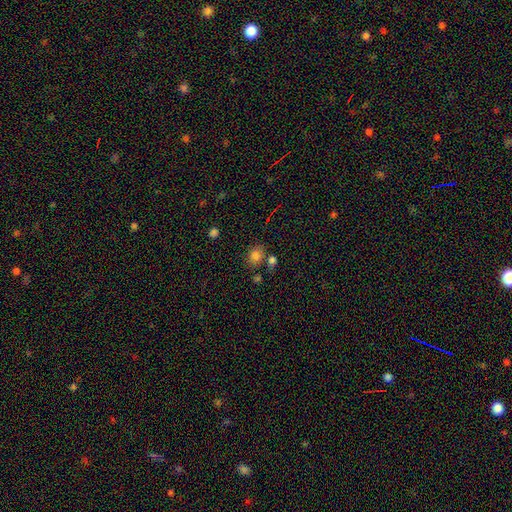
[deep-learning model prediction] Morphology: type=smooth (80%); roundness=round (55%); merging=none (66%).